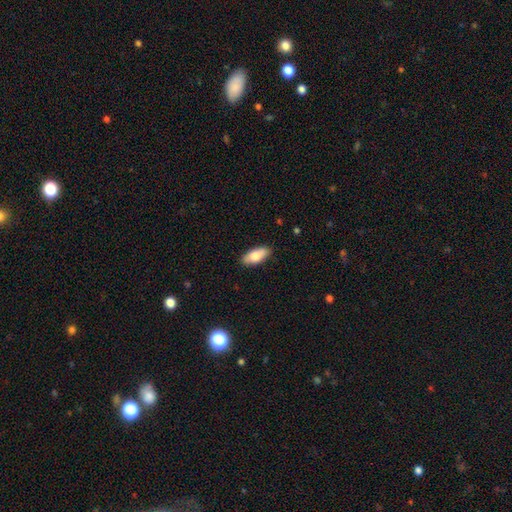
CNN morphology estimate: Smooth or featured?
  - smooth: 81% *
  - featured or disk: 13%
  - star or artifact: 6%
How rounded?
  - in between: 86% *
  - cigar-shaped: 11%
  - round: 2%
Merging?
  - none: 86% *
  - minor disturbance: 11%
  - major disturbance: 2%
  - merger: 1%